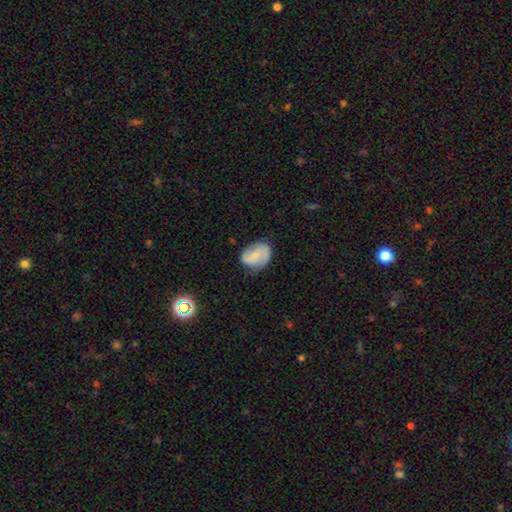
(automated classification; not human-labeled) Overall: smooth (48%; featured or disk 44%). Merging: none (69%).